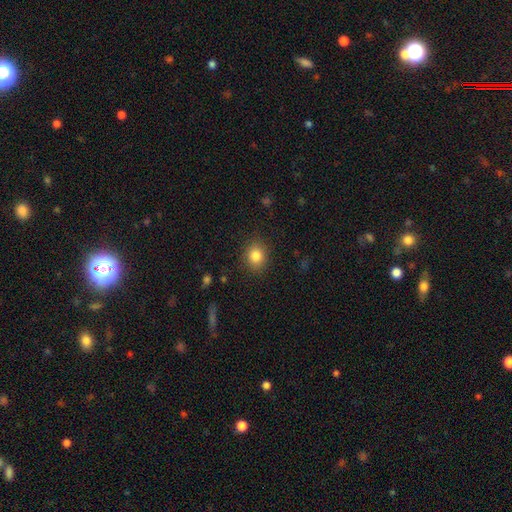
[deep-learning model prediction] Smooth or featured? Predicted: smooth (p=0.84). How rounded? Predicted: round (p=0.67). Merging? Predicted: none (p=0.87).